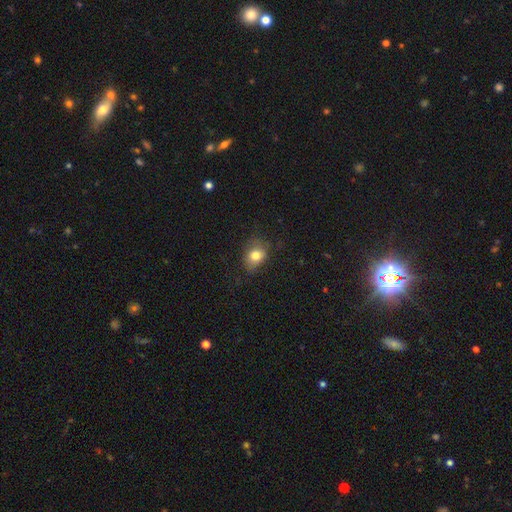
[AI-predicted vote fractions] A smooth galaxy with no disk features (79%) that is in between round and cigar-shaped (58%).

Vote fractions:
- Smooth or featured? smooth: 79% / featured or disk: 11% / star or artifact: 10%
- How rounded? in between: 58% / round: 41% / cigar-shaped: 1%
- Merging? none: 68% / minor disturbance: 23% / major disturbance: 8% / merger: 1%